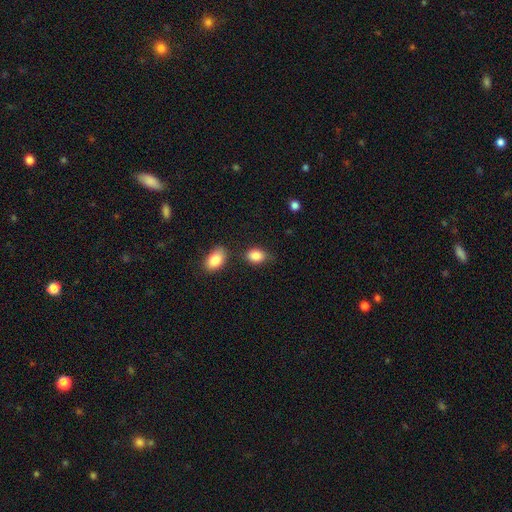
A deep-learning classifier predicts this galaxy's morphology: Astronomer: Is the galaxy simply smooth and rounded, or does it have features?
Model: smooth — 87%.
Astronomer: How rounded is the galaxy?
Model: in between — 77%.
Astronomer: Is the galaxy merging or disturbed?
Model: none — 65%.